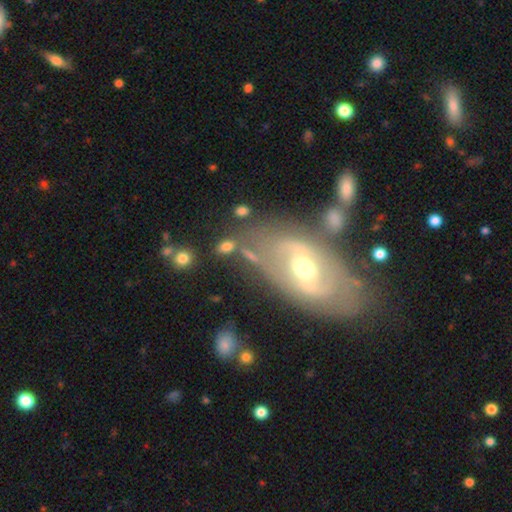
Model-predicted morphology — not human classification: A featured or disk galaxy (66%) with a weak bar (40%), spiral arms (60%) and a moderate central bulge (72%). Merging: none (62%).